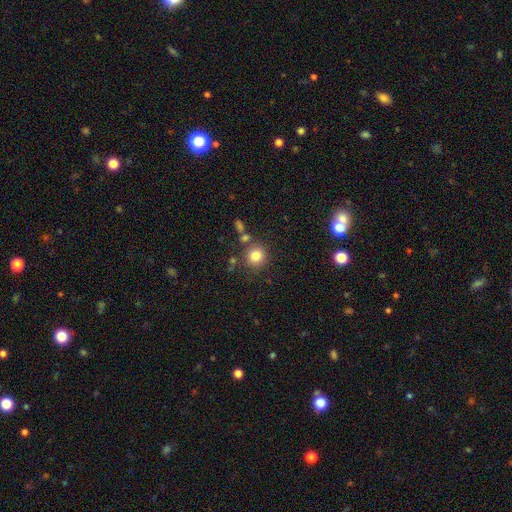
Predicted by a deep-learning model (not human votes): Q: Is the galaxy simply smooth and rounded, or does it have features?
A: smooth — 81%.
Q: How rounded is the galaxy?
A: round — 89%.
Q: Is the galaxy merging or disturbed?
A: none — 77%.